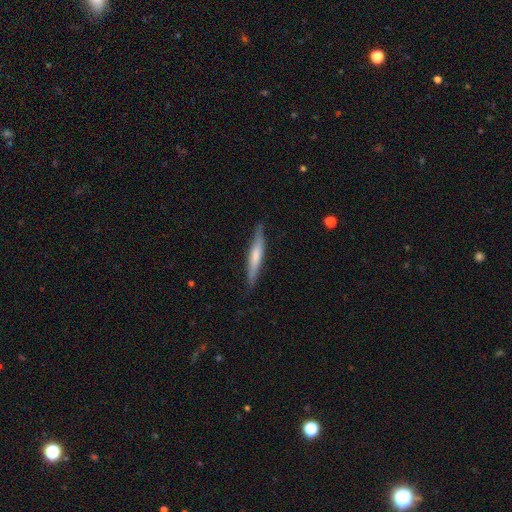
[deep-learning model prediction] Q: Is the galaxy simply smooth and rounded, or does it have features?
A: smooth — 54%.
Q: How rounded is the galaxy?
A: cigar-shaped — 93%.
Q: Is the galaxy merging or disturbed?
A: none — 84%.